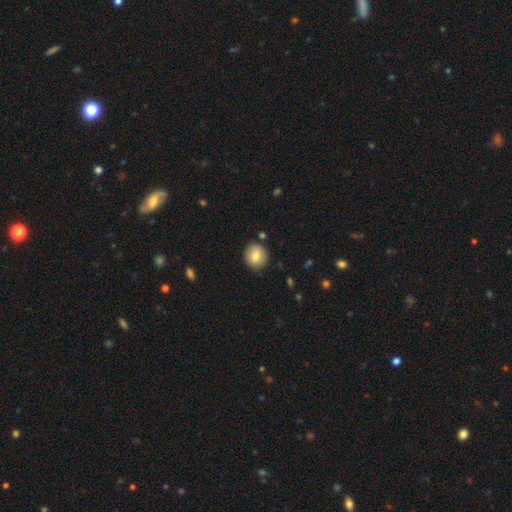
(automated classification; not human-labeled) Smooth or featured? Predicted: smooth (p=0.81). How rounded? Predicted: round (p=0.86). Merging? Predicted: none (p=0.85).